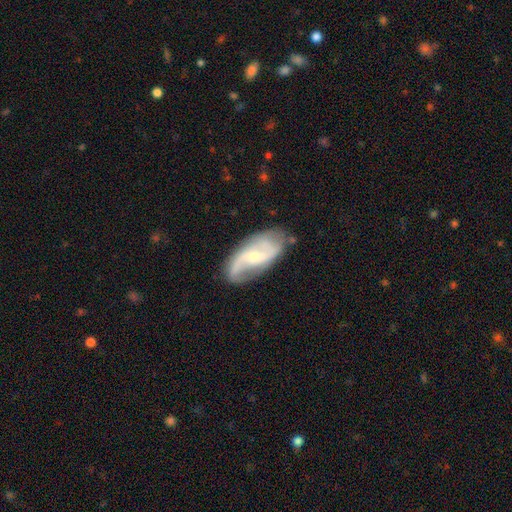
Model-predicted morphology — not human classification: featured or disk 79%, smooth 15%, star or artifact 6%. Down the decision tree: edge-on disk — no (95%); bar — weak (47%); spiral arms — yes (94%); spiral arm count — 2 (80%); spiral winding — loose (50%); bulge size — small (59%); merging — none (69%).